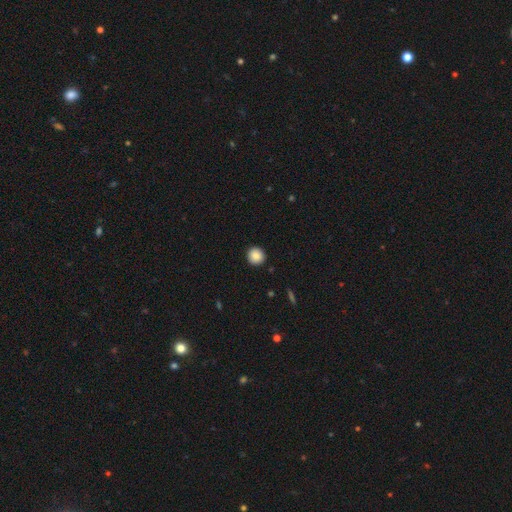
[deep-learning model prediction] Smooth or featured? Predicted: smooth (p=0.88). How rounded? Predicted: round (p=0.94). Merging? Predicted: none (p=0.92).